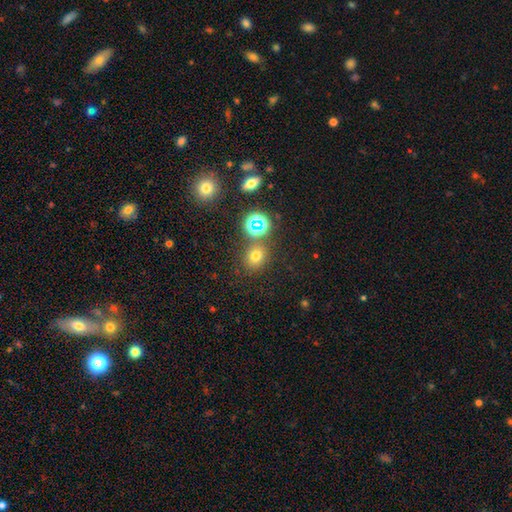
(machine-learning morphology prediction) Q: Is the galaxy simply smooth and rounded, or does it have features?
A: smooth — 67%.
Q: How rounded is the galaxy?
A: round — 70%.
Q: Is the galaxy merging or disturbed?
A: none — 78%.